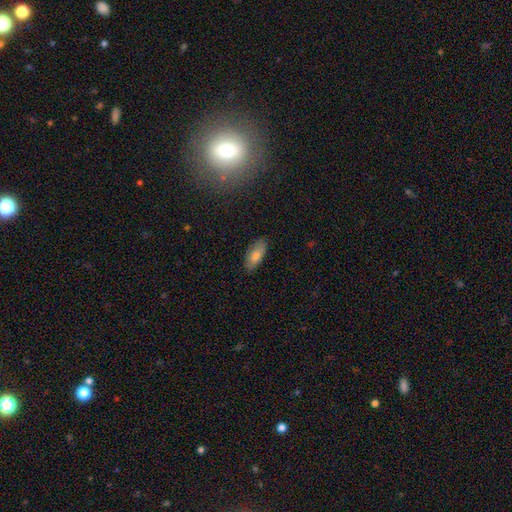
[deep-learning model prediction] Smooth or featured? Predicted: smooth (p=0.77). How rounded? Predicted: in between (p=0.85). Merging? Predicted: none (p=0.85).